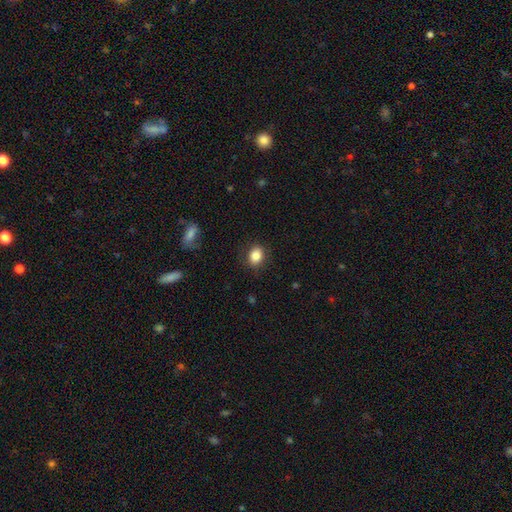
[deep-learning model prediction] Q: Smooth or featured?
A: smooth (84%); runner-up: star or artifact (9%)
Q: How rounded?
A: in between (59%); runner-up: round (39%)
Q: Merging?
A: none (83%); runner-up: minor disturbance (12%)